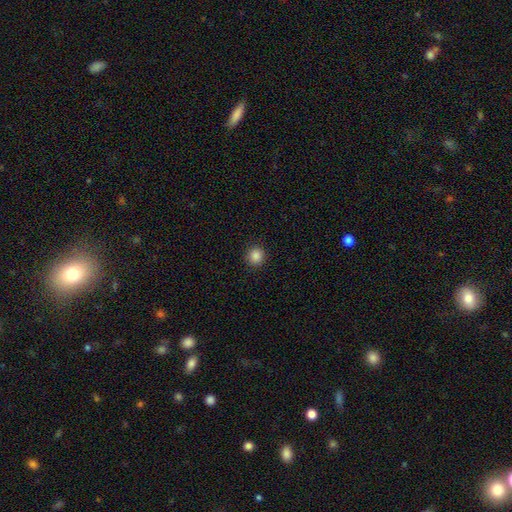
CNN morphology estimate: Smooth or featured?
  - smooth: 86% *
  - star or artifact: 11%
  - featured or disk: 3%
How rounded?
  - round: 90% *
  - in between: 9%
  - cigar-shaped: 1%
Merging?
  - none: 91% *
  - minor disturbance: 6%
  - major disturbance: 2%
  - merger: 1%